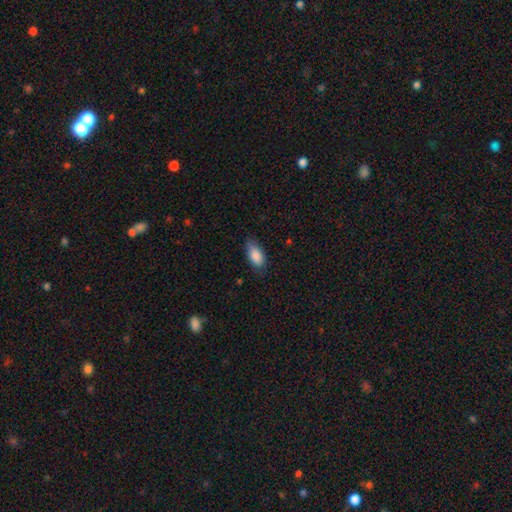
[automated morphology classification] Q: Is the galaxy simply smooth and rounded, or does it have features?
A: smooth — 88%.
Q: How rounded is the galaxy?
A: in between — 91%.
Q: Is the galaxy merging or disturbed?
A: none — 76%.